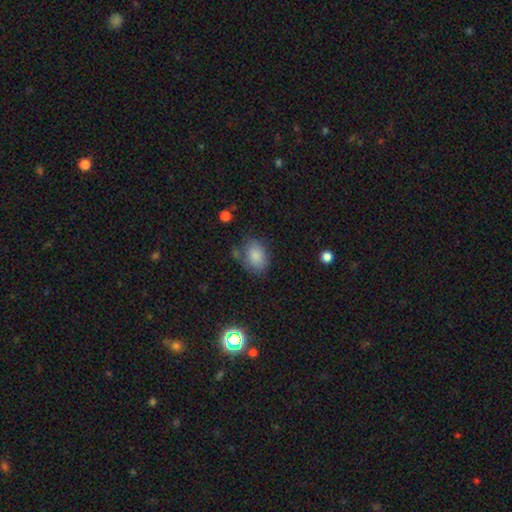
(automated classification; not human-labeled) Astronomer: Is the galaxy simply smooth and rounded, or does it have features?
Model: smooth — 84%.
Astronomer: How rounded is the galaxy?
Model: in between — 76%.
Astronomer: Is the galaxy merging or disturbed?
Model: none — 65%.